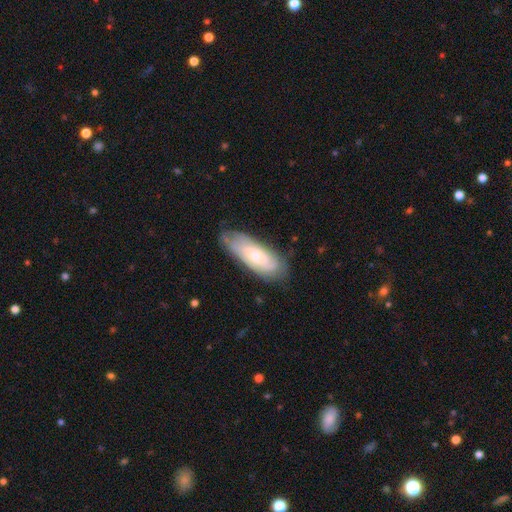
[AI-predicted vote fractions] Overall: featured or disk (53%; smooth 40%). Edge-on disk: no (82%). Merging: none (69%).